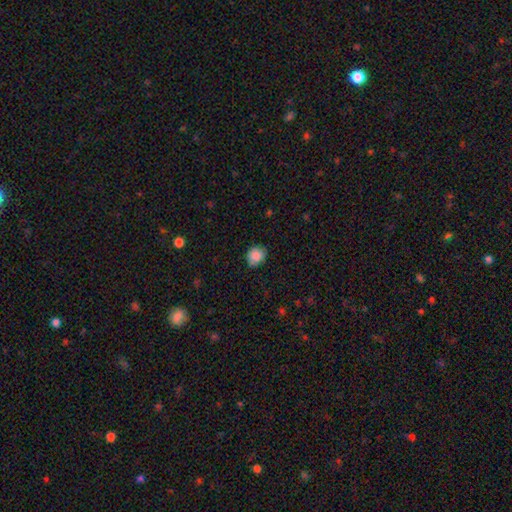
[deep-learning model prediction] Smooth or featured?
  - smooth: 87% *
  - star or artifact: 9%
  - featured or disk: 4%
How rounded?
  - round: 70% *
  - in between: 29%
  - cigar-shaped: 1%
Merging?
  - none: 77% *
  - minor disturbance: 19%
  - major disturbance: 3%
  - merger: 1%